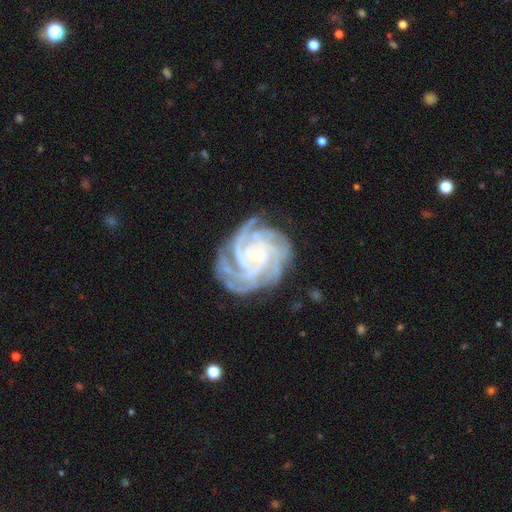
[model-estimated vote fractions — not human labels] Smooth or featured?
  - featured or disk: 91% *
  - star or artifact: 5%
  - smooth: 3%
Edge-on disk?
  - no: 98% *
  - yes: 2%
Bar?
  - no: 71% *
  - weak: 21%
  - strong: 8%
Spiral arms?
  - yes: 99% *
  - no: 1%
Spiral winding?
  - tight: 78% *
  - medium: 20%
  - loose: 2%
Spiral arm count?
  - 4: 40% *
  - more than 4: 18%
  - 3: 17%
  - can't tell: 12%
  - 2: 7%
  - 1: 6%
Bulge size?
  - small: 72% *
  - moderate: 25%
  - none: 1%
  - large: 1%
  - dominant: 1%
Merging?
  - none: 75% *
  - minor disturbance: 18%
  - major disturbance: 6%
  - merger: 1%